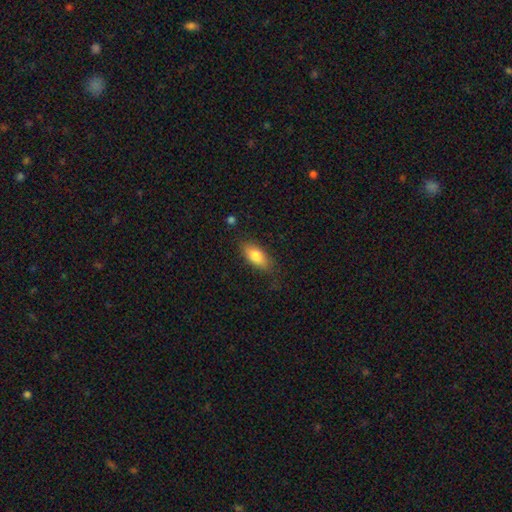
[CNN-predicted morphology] The model was most divided on "merging": none: 77%, minor disturbance: 18%, major disturbance: 4%, merger: 2%. More confident: how rounded — in between (86%); smooth or featured — smooth (81%).